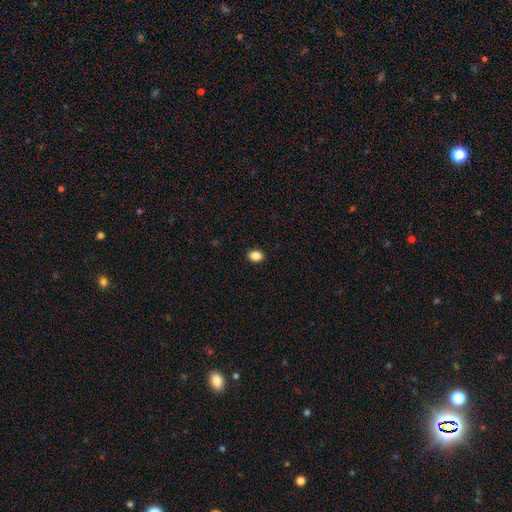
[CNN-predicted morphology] A smooth galaxy with no disk features (87%) that is in between round and cigar-shaped (57%).

Vote fractions:
- Smooth or featured? smooth: 87% / star or artifact: 10% / featured or disk: 3%
- How rounded? in between: 57% / round: 43% / cigar-shaped: 1%
- Merging? none: 91% / minor disturbance: 6% / major disturbance: 2% / merger: 1%